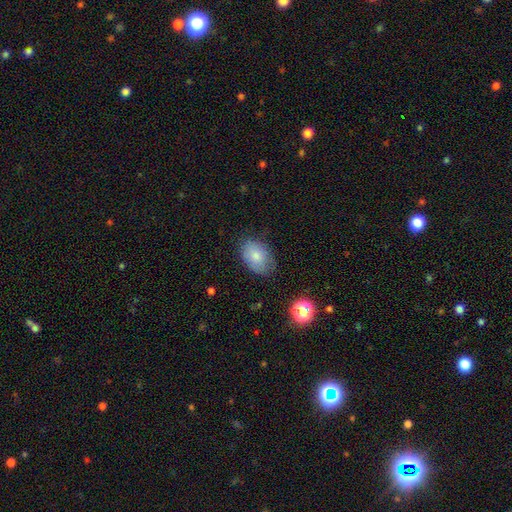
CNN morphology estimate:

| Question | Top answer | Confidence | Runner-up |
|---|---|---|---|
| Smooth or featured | smooth | 78% | featured or disk (14%) |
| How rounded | in between | 87% | round (12%) |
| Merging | none | 71% | minor disturbance (22%) |